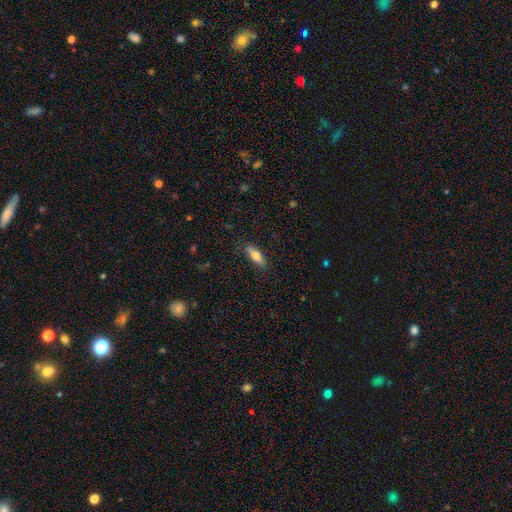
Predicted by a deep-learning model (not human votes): A smooth galaxy with no disk features (69%) that is in between round and cigar-shaped (54%). Merging: none (83%).